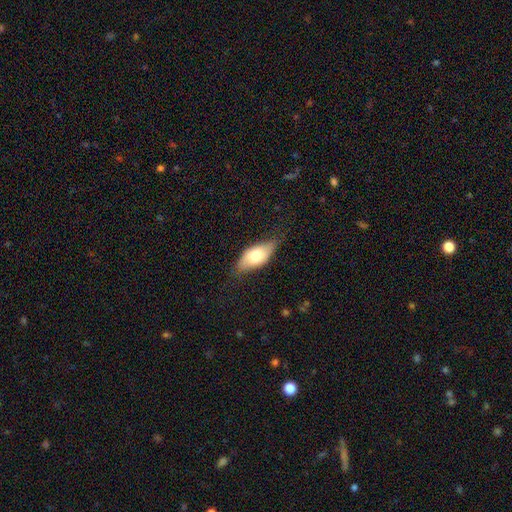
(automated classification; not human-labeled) A smooth galaxy with no disk features (67%) that is in between round and cigar-shaped (88%). Merging: none (67%).